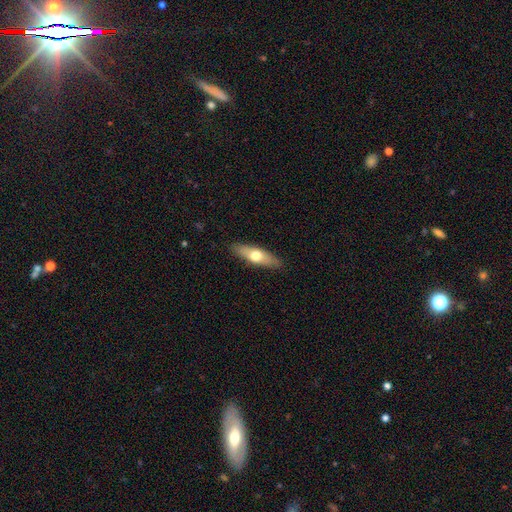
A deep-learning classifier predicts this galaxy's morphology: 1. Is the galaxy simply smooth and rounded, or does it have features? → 57% smooth, 38% featured or disk, 6% star or artifact.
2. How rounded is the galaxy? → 52% cigar-shaped, 45% in between, 3% round.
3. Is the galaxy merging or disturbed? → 88% none, 9% minor disturbance, 2% major disturbance, 1% merger.